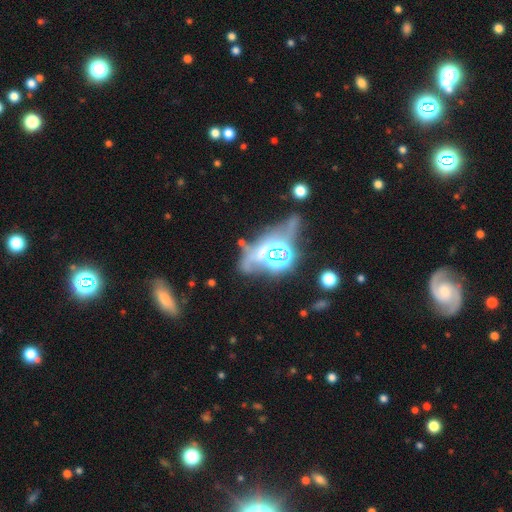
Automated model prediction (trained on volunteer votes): star or artifact 46%, featured or disk 32%, smooth 22%.